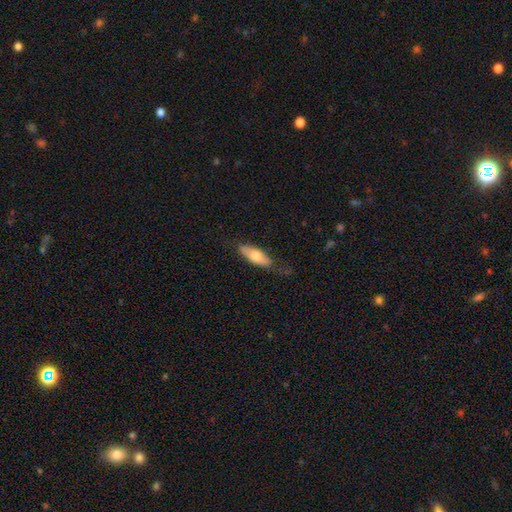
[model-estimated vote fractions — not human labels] This is likely a smooth galaxy (65%). How rounded: likely in between (63%). Merging: likely none (69%).